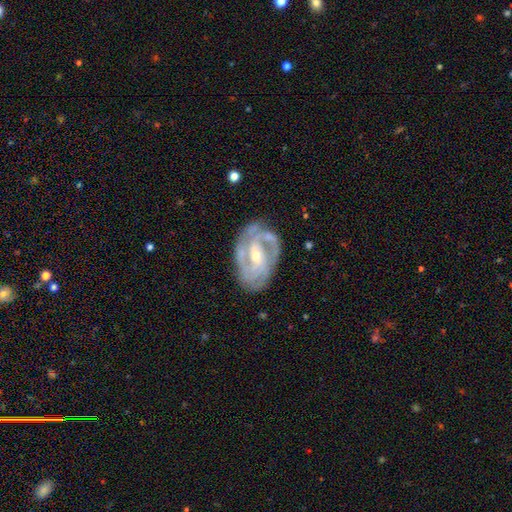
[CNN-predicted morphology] This is clearly a featured or disk galaxy (88%). It is clearly not viewed edge-on (96%). Bar: marginally weak (39%). Spiral arm pattern: clearly yes (95%). Spiral arm count: marginally 2 (36%). Spiral winding: possibly tight (55%). Central bulge: possibly small (56%). Merging: likely none (71%).